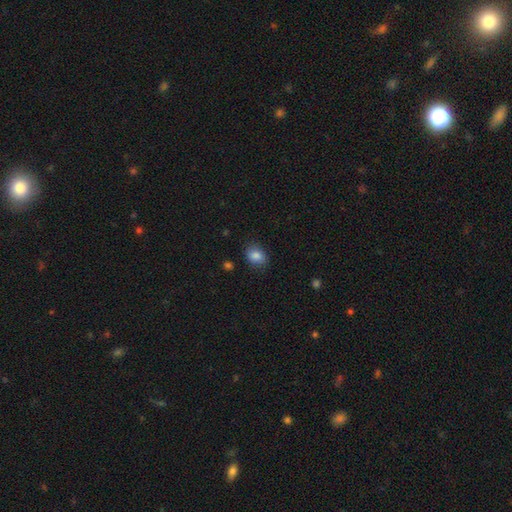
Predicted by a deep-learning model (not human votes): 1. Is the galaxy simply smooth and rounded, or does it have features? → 86% smooth, 9% star or artifact, 5% featured or disk.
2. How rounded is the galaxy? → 66% in between, 33% round, 1% cigar-shaped.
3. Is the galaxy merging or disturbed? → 81% none, 14% minor disturbance, 4% major disturbance, 1% merger.